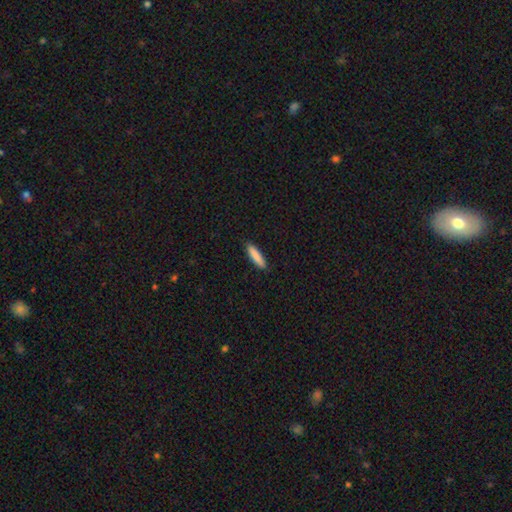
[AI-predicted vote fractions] Smooth or featured: smooth — 88% (featured or disk — 7%)
How rounded: cigar-shaped — 77% (in between — 21%)
Merging: none — 90% (minor disturbance — 7%)